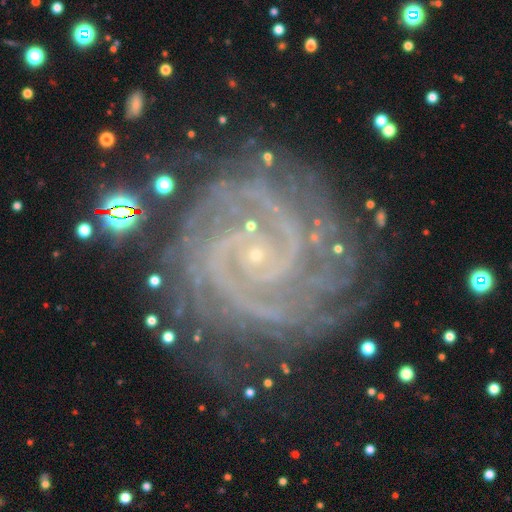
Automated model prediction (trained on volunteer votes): Smooth or featured?
  - featured or disk: 92% *
  - star or artifact: 6%
  - smooth: 3%
Edge-on disk?
  - no: 98% *
  - yes: 2%
Bar?
  - no: 66% *
  - weak: 23%
  - strong: 11%
Spiral arms?
  - yes: 99% *
  - no: 1%
Spiral winding?
  - tight: 75% *
  - medium: 23%
  - loose: 3%
Spiral arm count?
  - 2: 43% *
  - 3: 19%
  - 4: 12%
  - can't tell: 10%
  - more than 4: 8%
  - 1: 7%
Bulge size?
  - small: 89% *
  - moderate: 6%
  - none: 4%
  - large: 1%
  - dominant: 1%
Merging?
  - none: 77% *
  - minor disturbance: 16%
  - major disturbance: 6%
  - merger: 2%